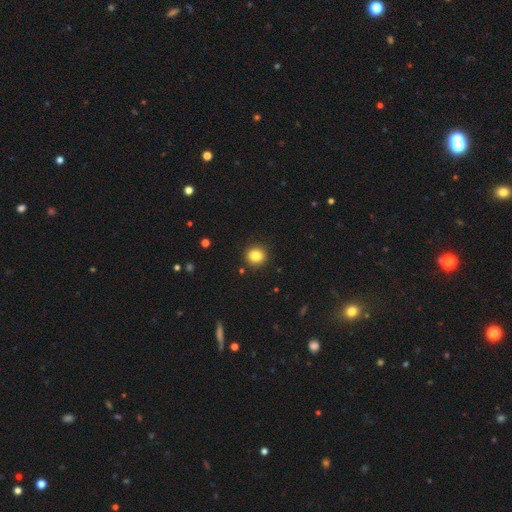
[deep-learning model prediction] A smooth galaxy with no disk features (84%) that is round (87%).

Vote fractions:
- Smooth or featured? smooth: 84% / star or artifact: 11% / featured or disk: 5%
- How rounded? round: 87% / in between: 12% / cigar-shaped: 1%
- Merging? none: 90% / minor disturbance: 6% / major disturbance: 2% / merger: 1%